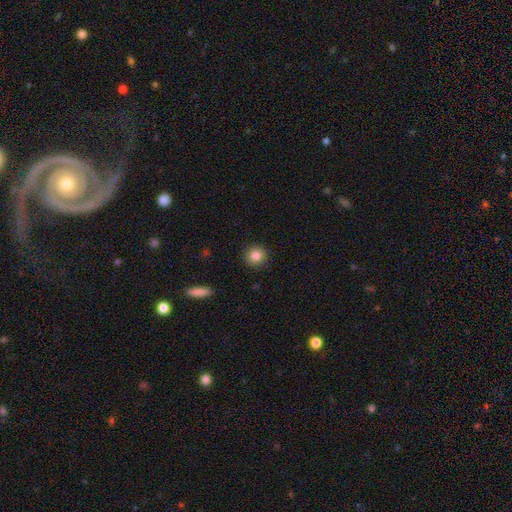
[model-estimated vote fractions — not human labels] A smooth galaxy with no disk features (84%) that is round (92%).

Vote fractions:
- Smooth or featured? smooth: 84% / star or artifact: 10% / featured or disk: 6%
- How rounded? round: 92% / in between: 7% / cigar-shaped: 1%
- Merging? none: 91% / minor disturbance: 6% / major disturbance: 2% / merger: 1%